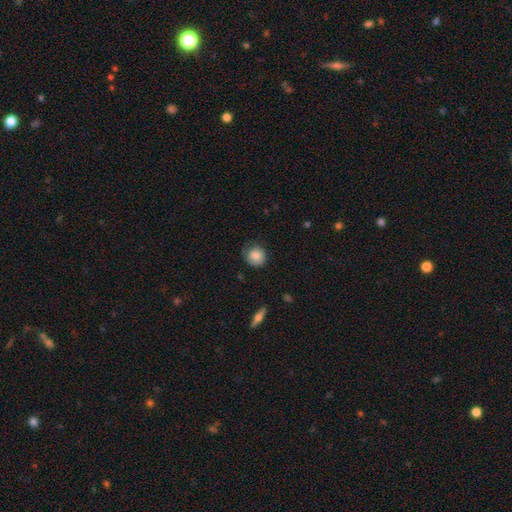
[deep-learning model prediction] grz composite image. It shows a smooth galaxy with no disk features (81%) that is round (87%). Merging: none (69%).